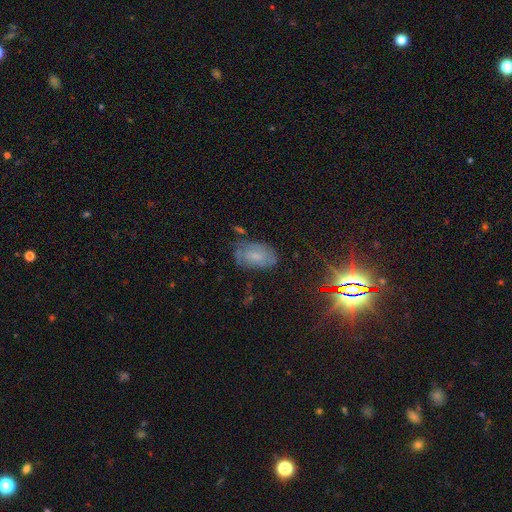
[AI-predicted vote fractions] smooth_or_featured: smooth (p=0.46) [alt: featured or disk p=0.34]
merging: none (p=0.63) [alt: minor disturbance p=0.24]